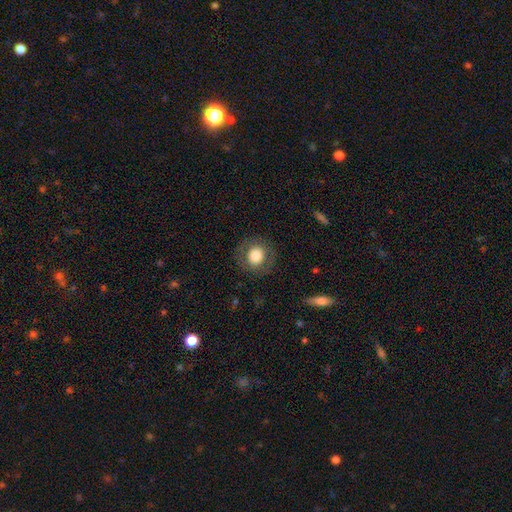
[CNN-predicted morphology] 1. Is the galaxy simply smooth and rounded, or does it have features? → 73% smooth, 18% featured or disk, 8% star or artifact.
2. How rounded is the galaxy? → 89% round, 10% in between, 1% cigar-shaped.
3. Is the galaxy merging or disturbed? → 85% none, 9% minor disturbance, 5% major disturbance, 1% merger.